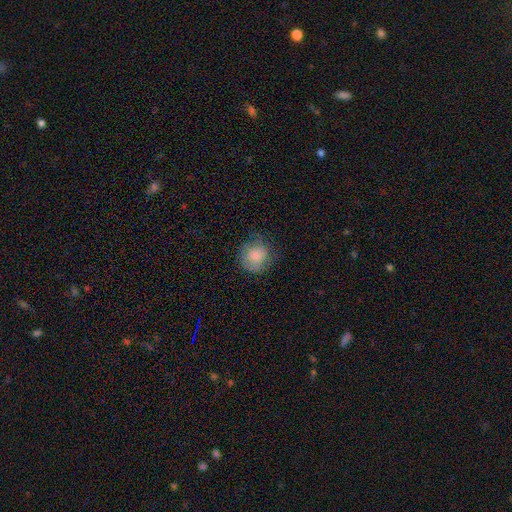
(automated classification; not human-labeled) This is likely a smooth galaxy (77%). How rounded: clearly round (86%). Merging: likely none (62%).